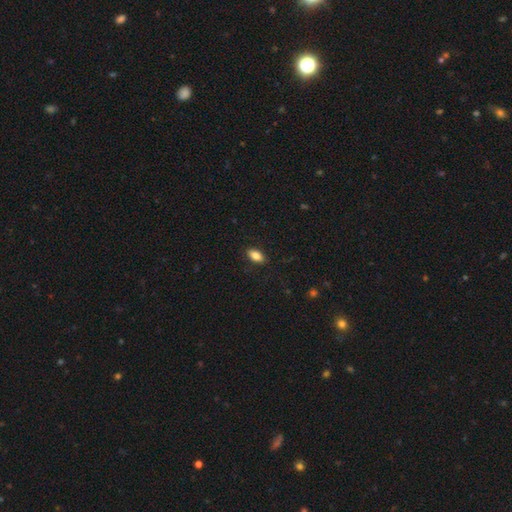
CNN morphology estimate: Smooth or featured?
  - smooth: 83% *
  - featured or disk: 9%
  - star or artifact: 8%
How rounded?
  - in between: 89% *
  - cigar-shaped: 7%
  - round: 4%
Merging?
  - none: 88% *
  - minor disturbance: 9%
  - major disturbance: 2%
  - merger: 1%